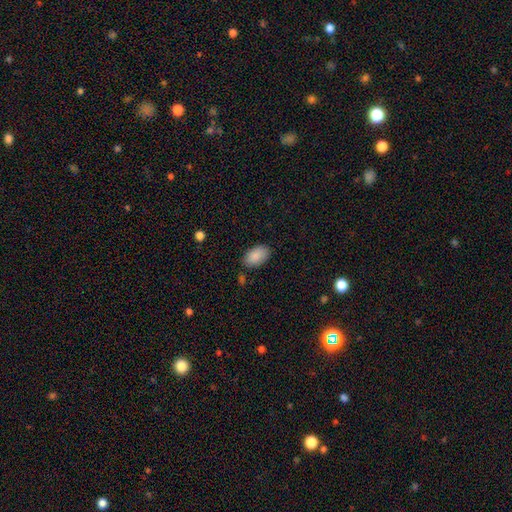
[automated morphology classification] Overall: smooth (88%). How rounded: in between (94%). Merging: none (81%).